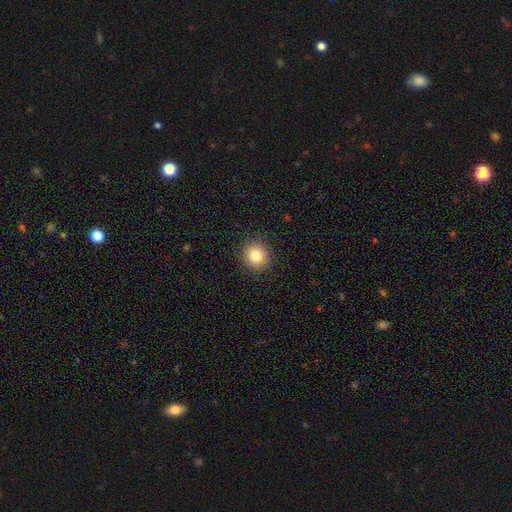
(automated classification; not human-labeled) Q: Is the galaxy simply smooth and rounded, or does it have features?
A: smooth — 82%.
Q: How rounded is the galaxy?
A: round — 91%.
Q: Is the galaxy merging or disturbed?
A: none — 91%.